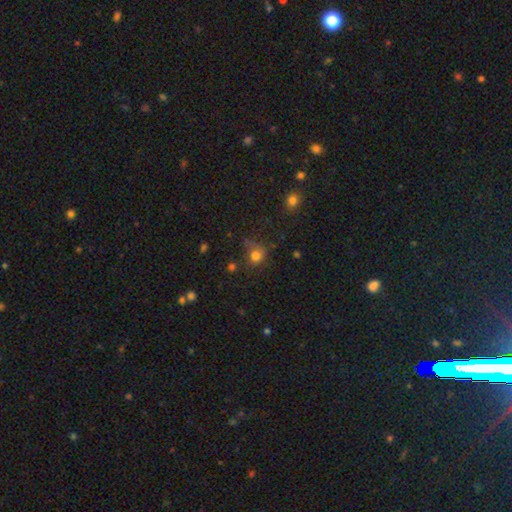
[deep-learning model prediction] Smooth or featured? Predicted: smooth (p=0.76). How rounded? Predicted: round (p=0.78). Merging? Predicted: none (p=0.56).